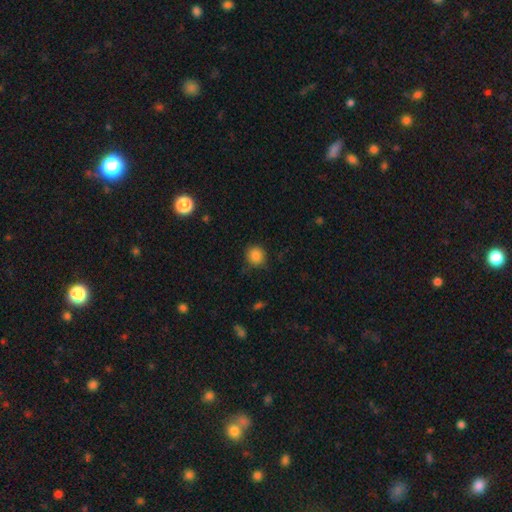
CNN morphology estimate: smooth 85%, star or artifact 10%, featured or disk 4%. Down the decision tree: how rounded — round (88%); merging — none (82%).